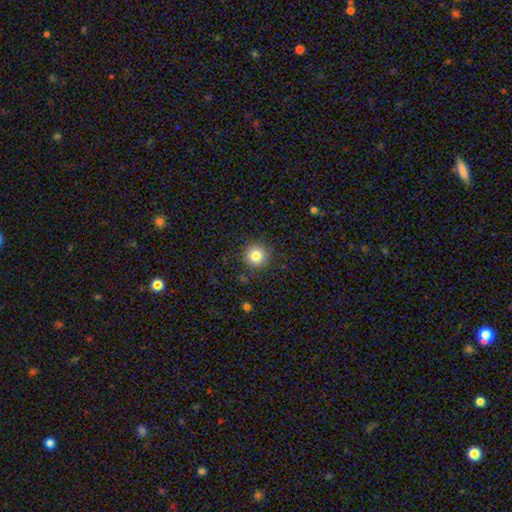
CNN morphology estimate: A smooth galaxy with no disk features (82%) that is round (95%).

Vote fractions:
- Smooth or featured? smooth: 82% / star or artifact: 11% / featured or disk: 6%
- How rounded? round: 95% / in between: 4% / cigar-shaped: 1%
- Merging? none: 89% / minor disturbance: 7% / major disturbance: 2% / merger: 1%